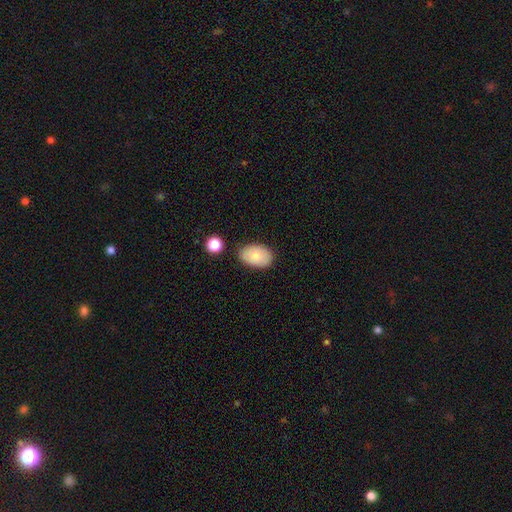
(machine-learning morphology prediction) Smooth or featured?
  - smooth: 80% *
  - featured or disk: 12%
  - star or artifact: 7%
How rounded?
  - in between: 89% *
  - round: 10%
  - cigar-shaped: 1%
Merging?
  - none: 79% *
  - minor disturbance: 15%
  - merger: 4%
  - major disturbance: 3%